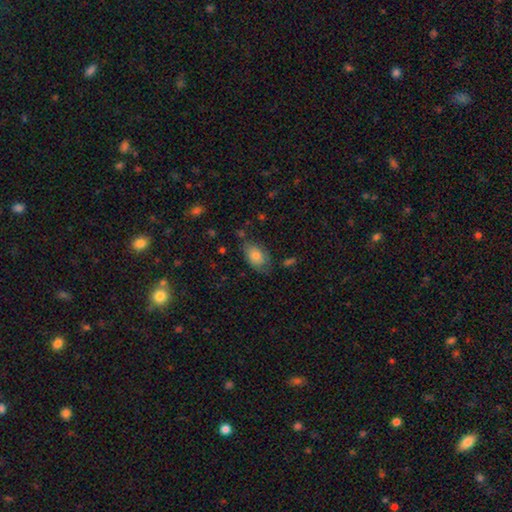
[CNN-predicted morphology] A smooth galaxy with no disk features (78%) that is in between round and cigar-shaped (86%). Merging: none (60%).